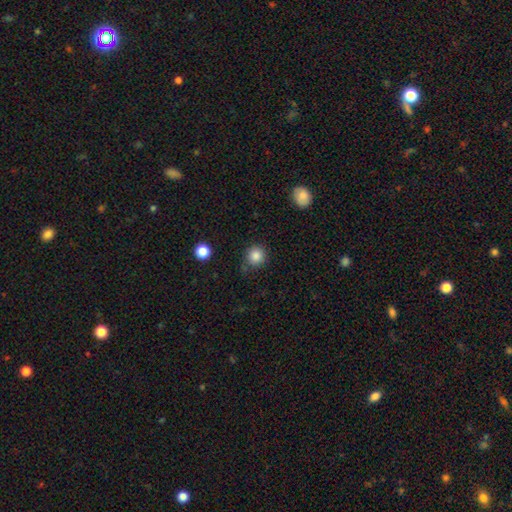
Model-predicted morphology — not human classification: smooth_or_featured: smooth (p=0.85) [alt: star or artifact p=0.11]
how_rounded: round (p=0.92) [alt: in between p=0.07]
merging: none (p=0.82) [alt: minor disturbance p=0.11]